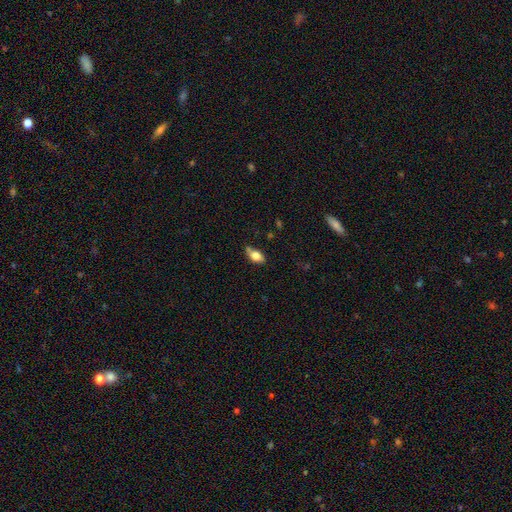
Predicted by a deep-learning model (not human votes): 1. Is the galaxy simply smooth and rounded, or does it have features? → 77% smooth, 15% featured or disk, 8% star or artifact.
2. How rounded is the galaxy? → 88% in between, 7% round, 6% cigar-shaped.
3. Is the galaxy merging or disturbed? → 65% none, 24% minor disturbance, 6% merger, 5% major disturbance.